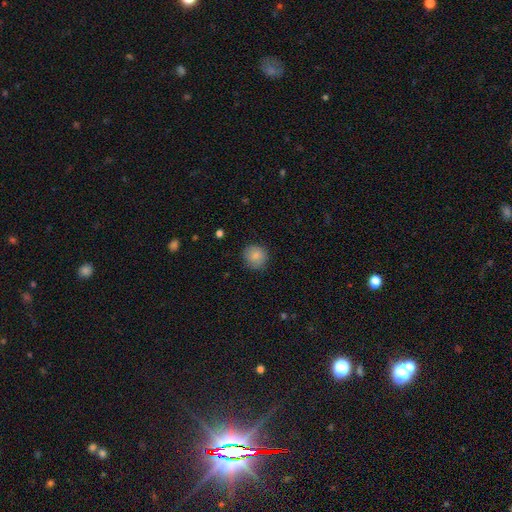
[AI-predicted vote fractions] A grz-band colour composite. It shows a smooth galaxy with no disk features (84%) that is round (89%). Merging: none (84%).